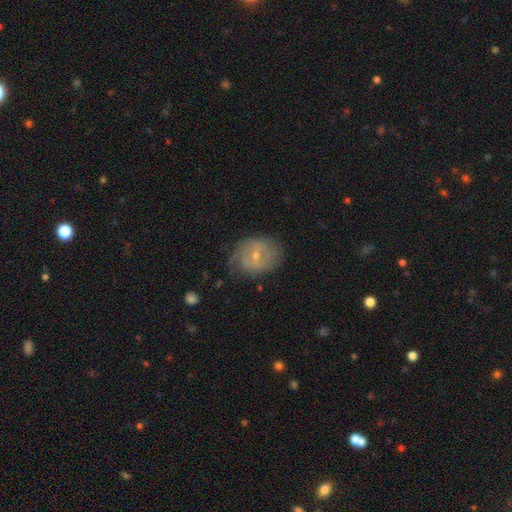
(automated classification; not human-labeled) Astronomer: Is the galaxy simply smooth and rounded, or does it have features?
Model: featured or disk — 62%.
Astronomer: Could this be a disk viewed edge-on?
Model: no — 96%.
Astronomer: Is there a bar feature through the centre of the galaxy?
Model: weak — 46% (runner-up: no, 41%).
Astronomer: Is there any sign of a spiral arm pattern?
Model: yes — 68%.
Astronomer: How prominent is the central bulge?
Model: small — 58% (runner-up: moderate, 39%).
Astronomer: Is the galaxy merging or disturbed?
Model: none — 60%.